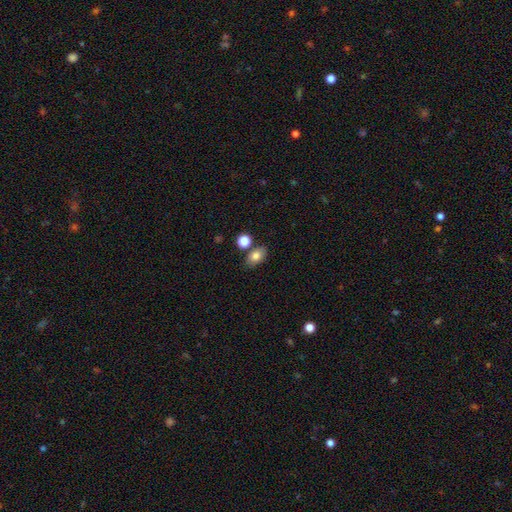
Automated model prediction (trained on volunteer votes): This appears to be a smooth galaxy with no disk features (80%) that is in between round and cigar-shaped (80%). Merging: none (74%).